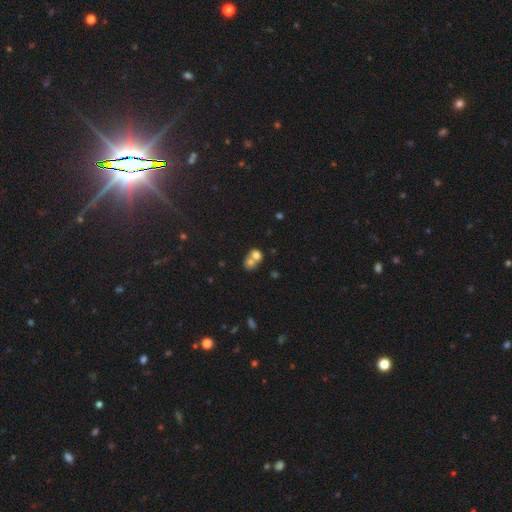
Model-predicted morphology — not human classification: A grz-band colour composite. It shows a smooth galaxy with no disk features (72%) that is round (58%). Merging: merger (69%).